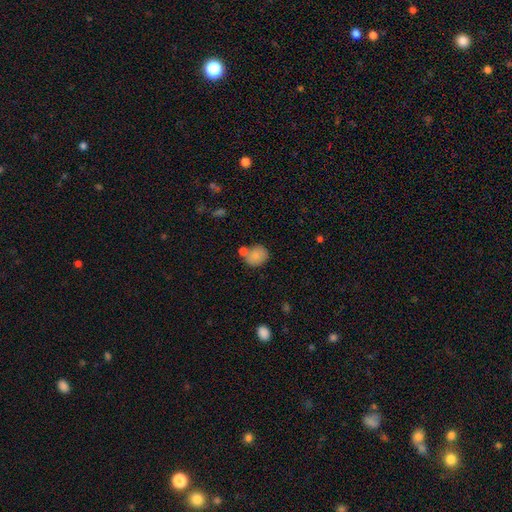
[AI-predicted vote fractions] A smooth galaxy with no disk features (83%) that is round (75%). Merging: none (60%).